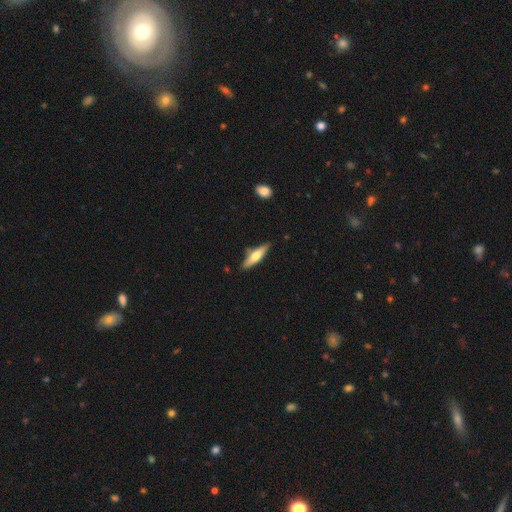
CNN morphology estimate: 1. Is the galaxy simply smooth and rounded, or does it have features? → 52% smooth, 43% featured or disk, 5% star or artifact.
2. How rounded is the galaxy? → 69% cigar-shaped, 29% in between, 2% round.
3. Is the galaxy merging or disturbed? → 81% none, 13% minor disturbance, 3% merger, 2% major disturbance.